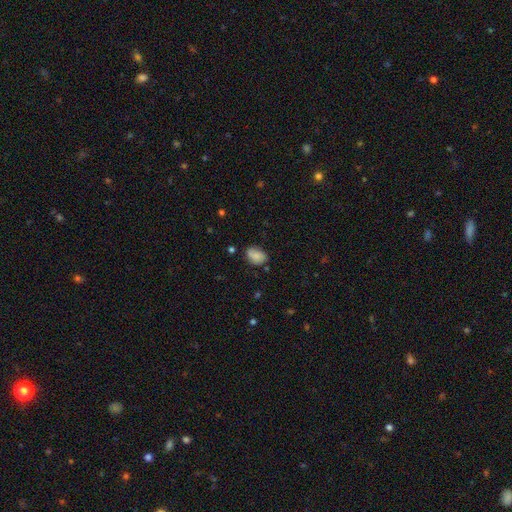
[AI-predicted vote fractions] smooth-or-featured: smooth: 78% | featured or disk: 13% | star or artifact: 9%
  how-rounded: in between: 82% | round: 16% | cigar-shaped: 1%
  merging: none: 67% | minor disturbance: 25% | major disturbance: 5% | merger: 3%